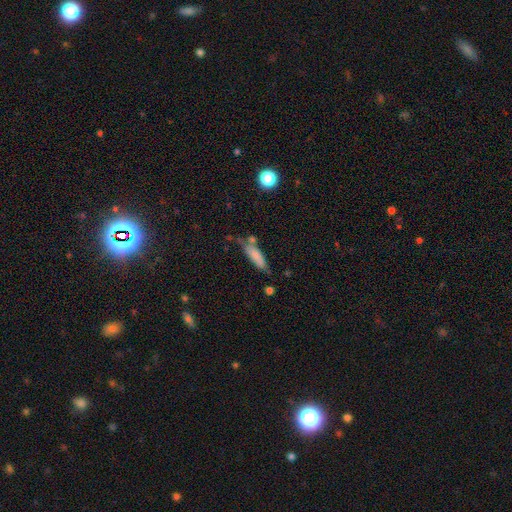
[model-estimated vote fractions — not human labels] smooth 76%, featured or disk 17%, star or artifact 7%. Down the decision tree: how rounded — cigar-shaped (52%); merging — none (48%).